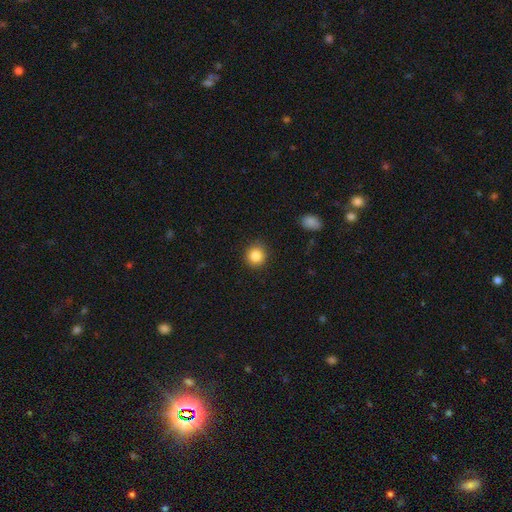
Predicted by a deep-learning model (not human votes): The model was most divided on "smooth or featured": smooth: 86%, star or artifact: 10%, featured or disk: 4%. More confident: how rounded — round (90%); merging — none (89%).